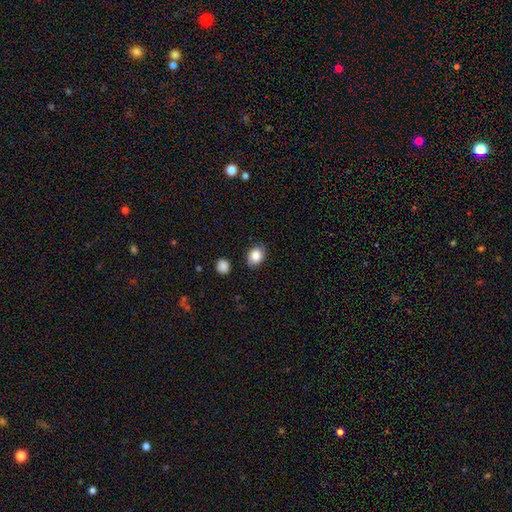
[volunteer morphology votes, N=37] Overall: smooth (84%). How rounded: round (58%; in between 42%). Merging: none (82%).